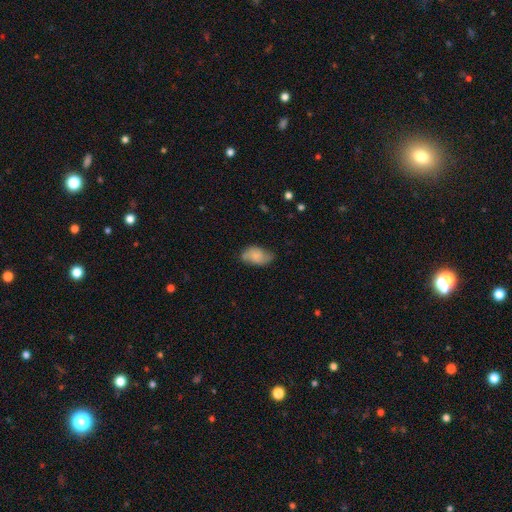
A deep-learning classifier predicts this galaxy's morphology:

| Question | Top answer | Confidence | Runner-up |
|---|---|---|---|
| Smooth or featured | smooth | 52% | featured or disk (40%) |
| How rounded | in between | 91% | round (7%) |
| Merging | none | 65% | minor disturbance (26%) |